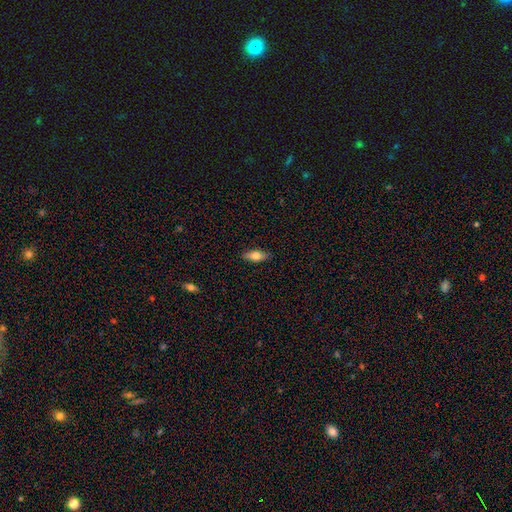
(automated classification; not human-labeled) smooth 74%, featured or disk 19%, star or artifact 7%. Down the decision tree: how rounded — in between (74%); merging — none (88%).